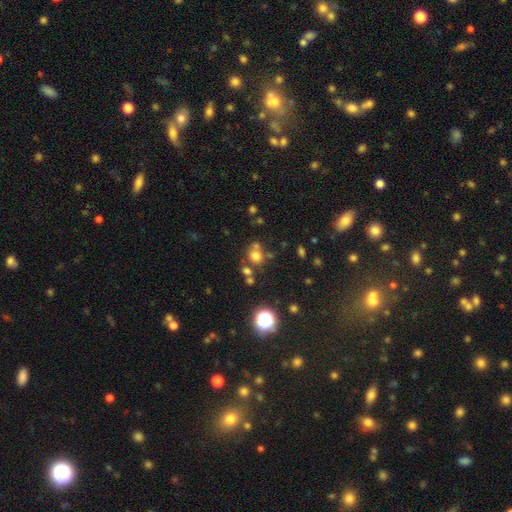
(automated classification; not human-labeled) Smooth or featured?
  - smooth: 69% *
  - star or artifact: 21%
  - featured or disk: 10%
How rounded?
  - round: 78% *
  - in between: 21%
  - cigar-shaped: 1%
Merging?
  - none: 60% *
  - merger: 23%
  - minor disturbance: 11%
  - major disturbance: 5%